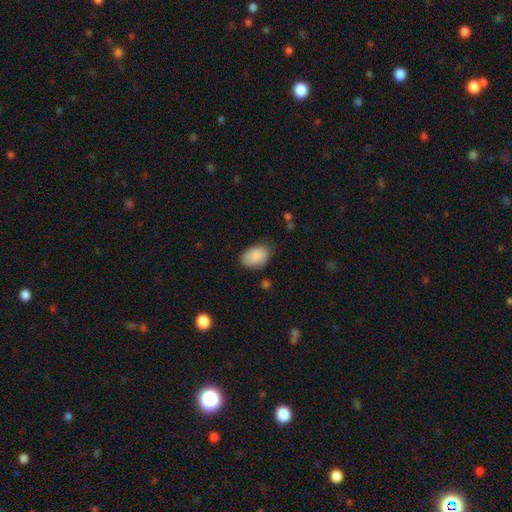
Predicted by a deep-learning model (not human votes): Overall: smooth (88%). How rounded: in between (87%). Merging: none (70%).